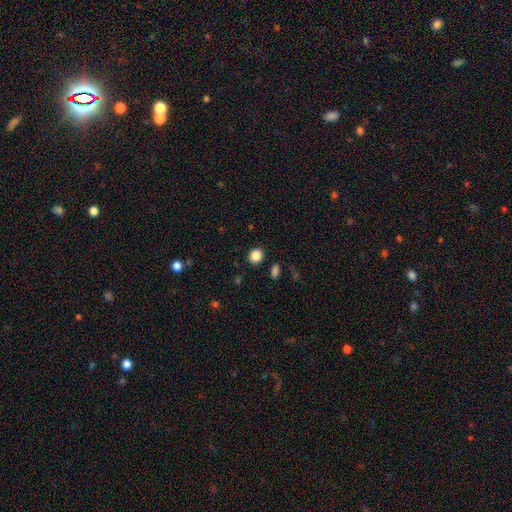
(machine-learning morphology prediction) Smooth or featured: smooth — 86% (star or artifact — 10%)
How rounded: round — 70% (in between — 29%)
Merging: none — 88% (minor disturbance — 7%)